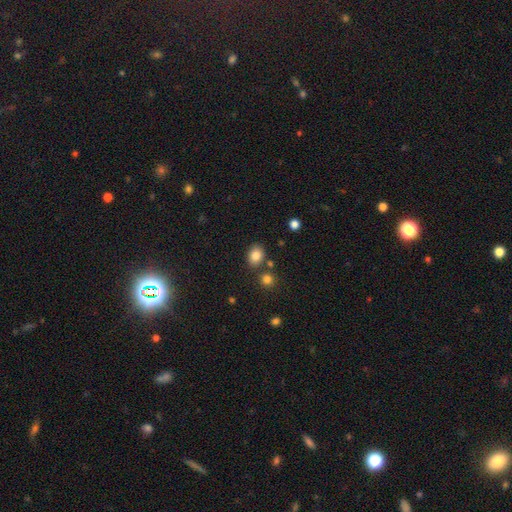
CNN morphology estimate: Smooth or featured? smooth (84%)
How rounded? in between (56%)
Merging? none (77%)